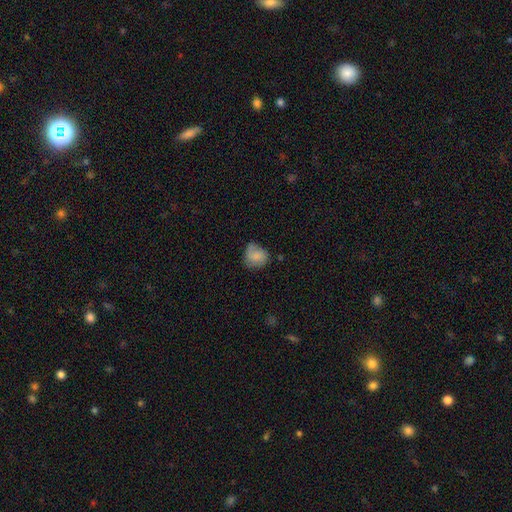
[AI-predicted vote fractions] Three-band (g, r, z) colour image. It shows a smooth galaxy with no disk features (71%) that is round (73%). Merging: none (53%).